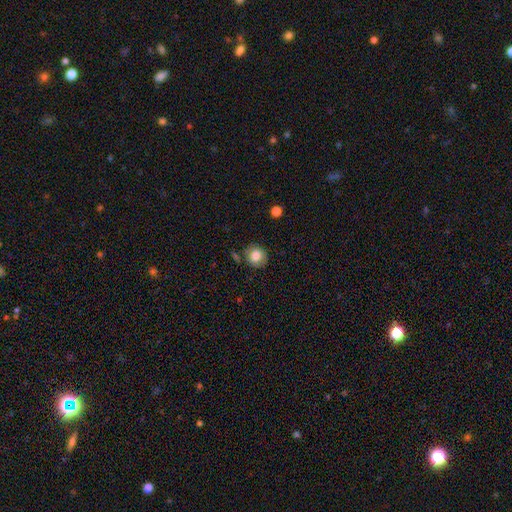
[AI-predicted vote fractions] Smooth or featured? Predicted: smooth (p=0.82). How rounded? Predicted: round (p=0.85). Merging? Predicted: none (p=0.77).